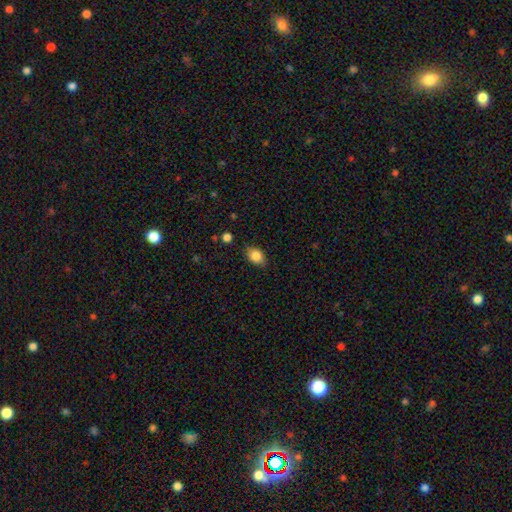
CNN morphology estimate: A smooth galaxy with no disk features (85%) that is in between round and cigar-shaped (76%). Merging: none (82%).